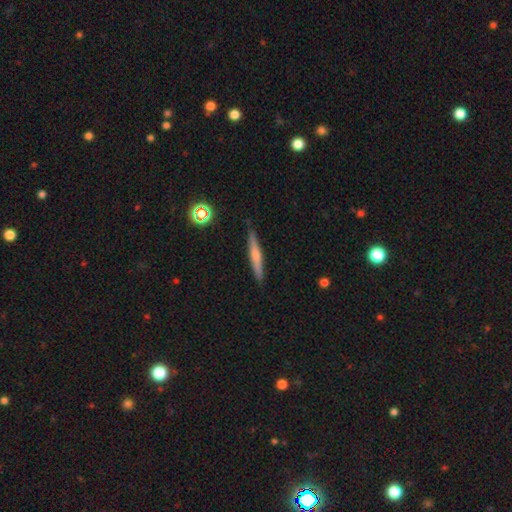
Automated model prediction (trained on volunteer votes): Smooth or featured?
  - smooth: 51% *
  - featured or disk: 42%
  - star or artifact: 7%
How rounded?
  - cigar-shaped: 94% *
  - in between: 5%
  - round: 2%
Merging?
  - none: 89% *
  - minor disturbance: 9%
  - major disturbance: 2%
  - merger: 1%